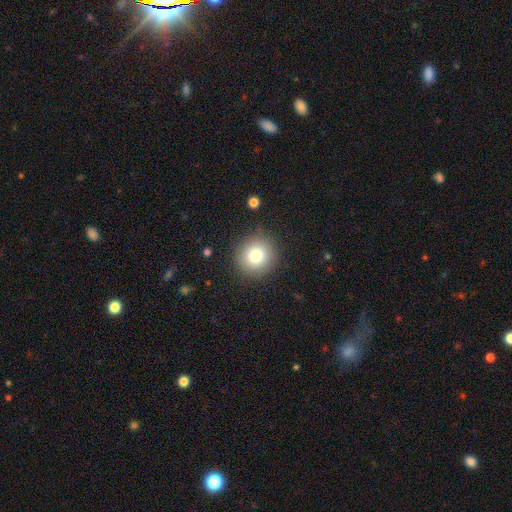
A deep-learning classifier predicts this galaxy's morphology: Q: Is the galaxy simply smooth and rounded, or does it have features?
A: smooth — 78%.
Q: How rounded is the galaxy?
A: round — 91%.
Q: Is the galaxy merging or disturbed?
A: none — 89%.